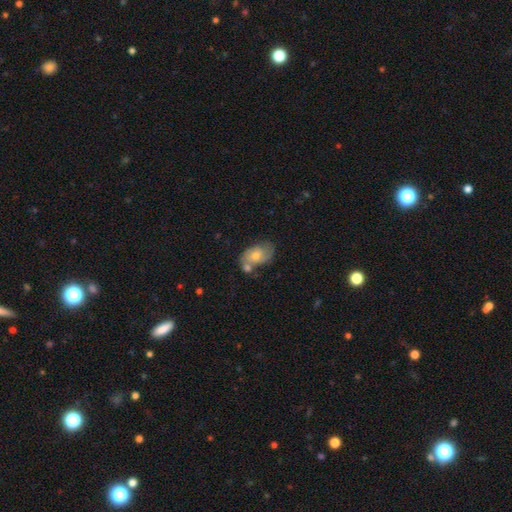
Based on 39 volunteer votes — A featured or disk galaxy (64%) with no bar (67%), 2 (52%) medium (48%) spiral arms (96%) and a small central bulge (50%). Merging: none (46%).